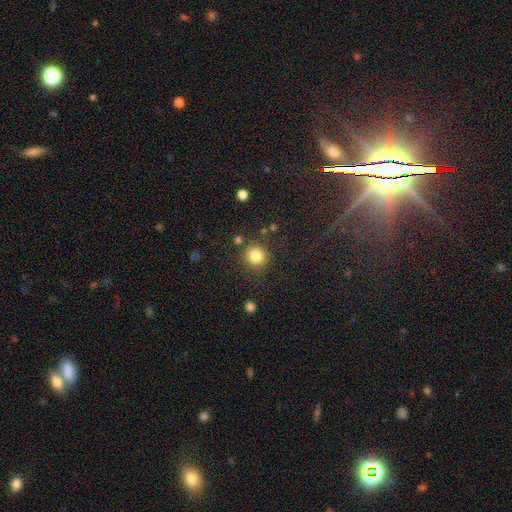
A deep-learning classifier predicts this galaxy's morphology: A smooth galaxy with no disk features (83%) that is round (91%). Merging: none (84%).